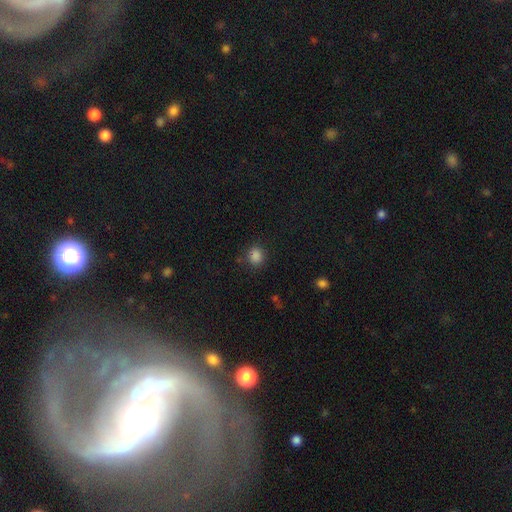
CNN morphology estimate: Overall: smooth (84%). How rounded: round (74%). Merging: none (81%).